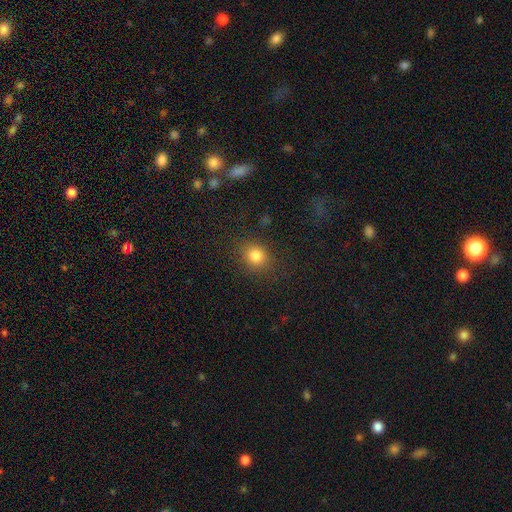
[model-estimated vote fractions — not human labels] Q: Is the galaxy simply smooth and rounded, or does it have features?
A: smooth — 83%.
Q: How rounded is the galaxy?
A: round — 75%.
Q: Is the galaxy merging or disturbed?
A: none — 83%.